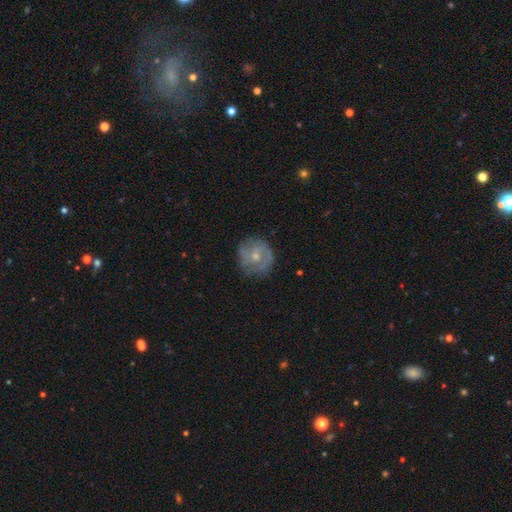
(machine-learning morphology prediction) The model was most divided on "bulge size": small: 57%, moderate: 39%, none: 2%, large: 1%, dominant: 1%. More confident: edge-on disk — no (97%); merging — none (76%); spiral arms — yes (75%); bar — no (70%); smooth or featured — featured or disk (62%).